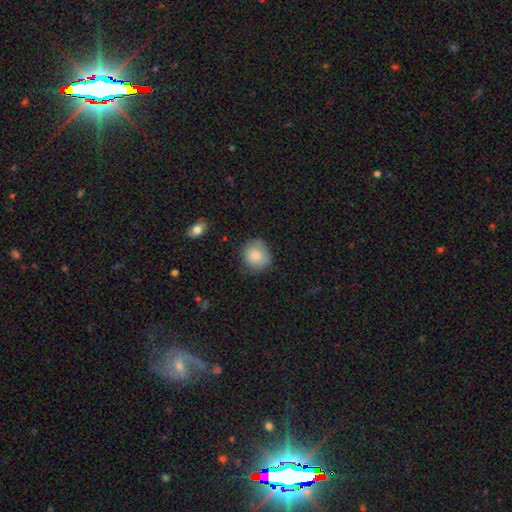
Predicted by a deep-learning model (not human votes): This appears to be a smooth galaxy with no disk features (81%) that is round (82%). Merging: none (74%).